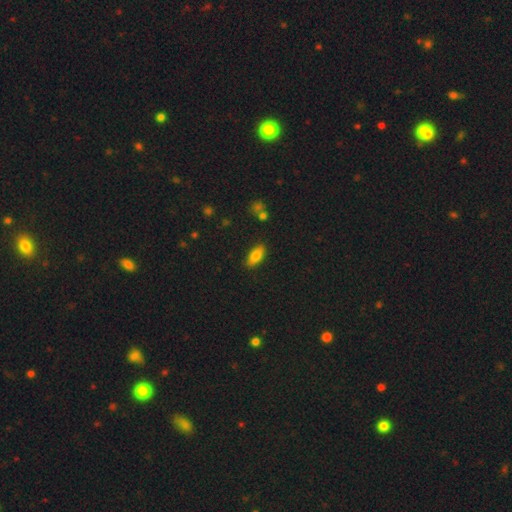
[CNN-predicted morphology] Smooth or featured? Predicted: smooth (p=0.77). How rounded? Predicted: in between (p=0.80). Merging? Predicted: none (p=0.86).